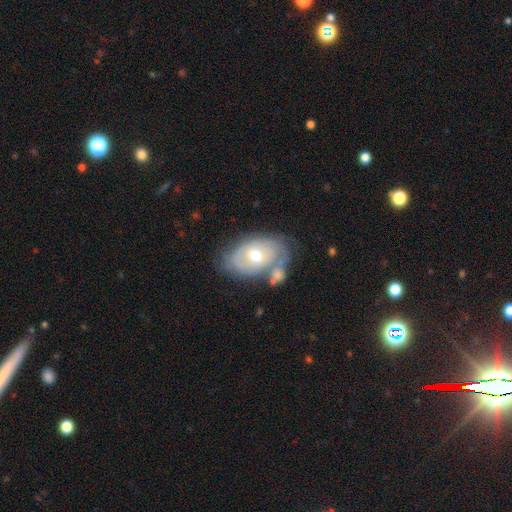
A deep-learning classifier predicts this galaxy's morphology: smooth-or-featured: featured or disk: 51% | smooth: 43% | star or artifact: 7%
  disk-edge-on: no: 93% | yes: 7%
  merging: none: 48% | merger: 21% | minor disturbance: 21% | major disturbance: 9%